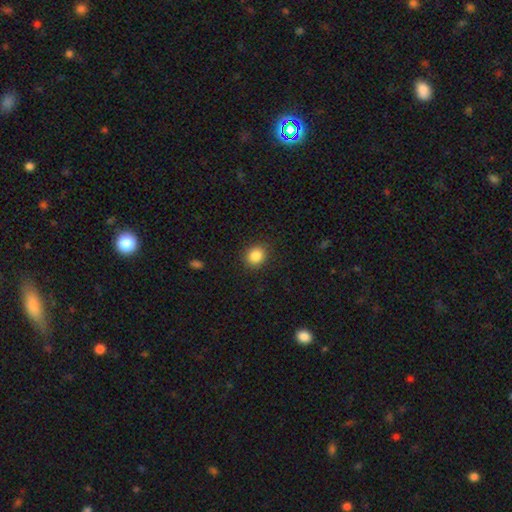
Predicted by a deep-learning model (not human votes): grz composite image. It shows a smooth galaxy with no disk features (86%) that is round (78%). Merging: none (88%).